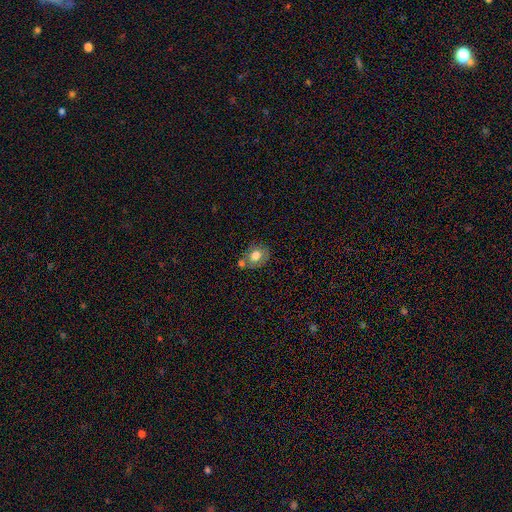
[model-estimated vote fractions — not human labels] Morphology: type=smooth (70%); roundness=in between (57%); merging=none (47%).